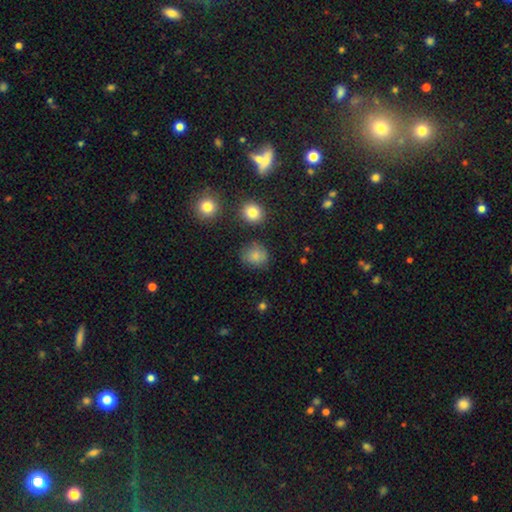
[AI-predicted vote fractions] smooth_or_featured: smooth (p=0.79) [alt: star or artifact p=0.12]
how_rounded: round (p=0.71) [alt: in between p=0.28]
merging: none (p=0.73) [alt: minor disturbance p=0.18]